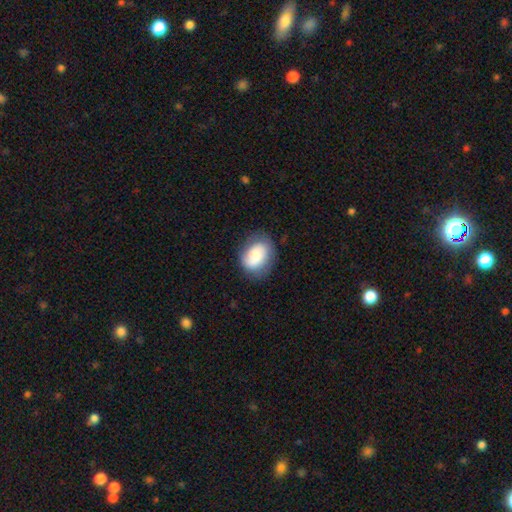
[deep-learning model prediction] Smooth or featured? Predicted: smooth (p=0.71). How rounded? Predicted: in between (p=0.70). Merging? Predicted: none (p=0.71).